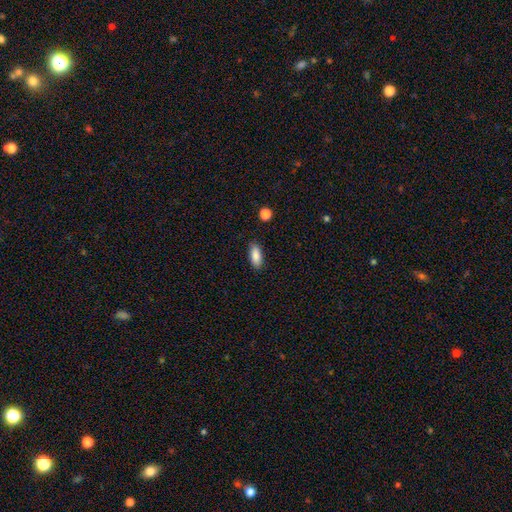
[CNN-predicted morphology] This is clearly a smooth galaxy (88%). How rounded: clearly in between (81%). Merging: clearly none (85%).